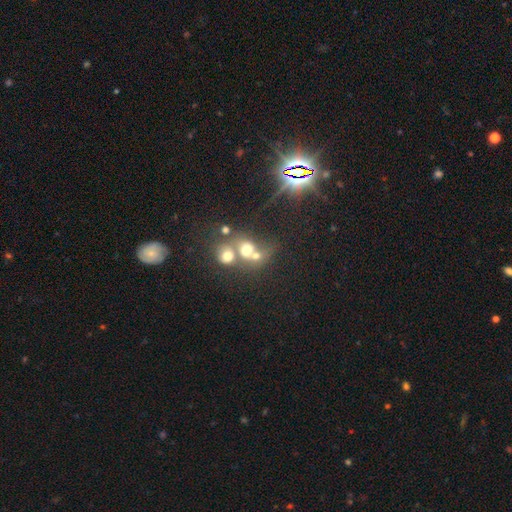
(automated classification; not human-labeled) A smooth galaxy with no disk features (60%) that is round (71%). Merging: merger (59%).